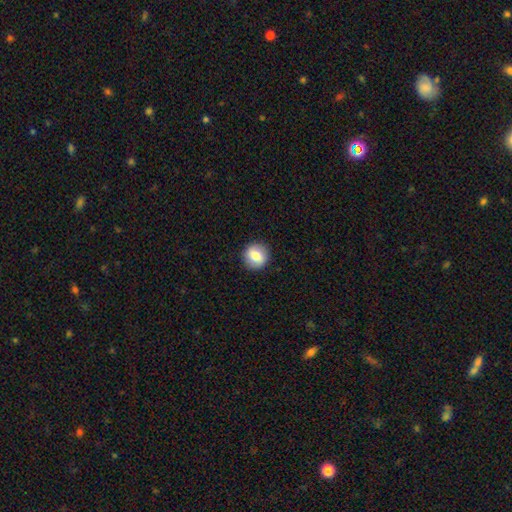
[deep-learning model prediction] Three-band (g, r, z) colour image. It shows a smooth galaxy with no disk features (74%) that is round (89%). Merging: none (90%).